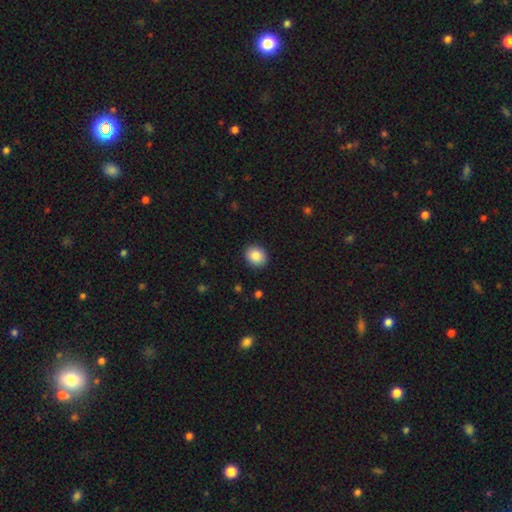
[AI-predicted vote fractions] Overall: smooth (86%). How rounded: round (69%; in between 30%). Merging: none (91%).